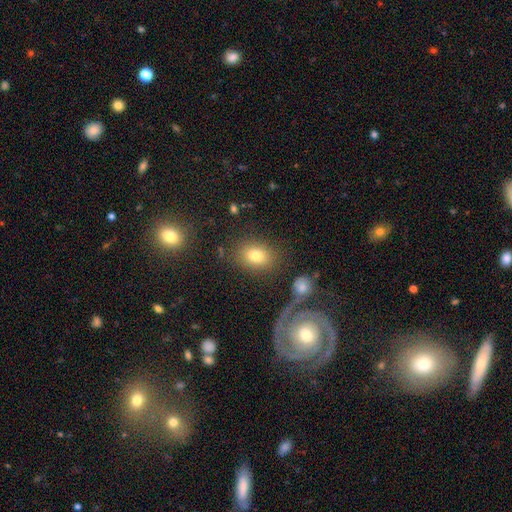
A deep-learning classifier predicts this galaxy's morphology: Smooth or featured?
  - smooth: 75% *
  - featured or disk: 14%
  - star or artifact: 11%
How rounded?
  - in between: 65% *
  - round: 34%
  - cigar-shaped: 2%
Merging?
  - none: 76% *
  - minor disturbance: 11%
  - merger: 7%
  - major disturbance: 6%